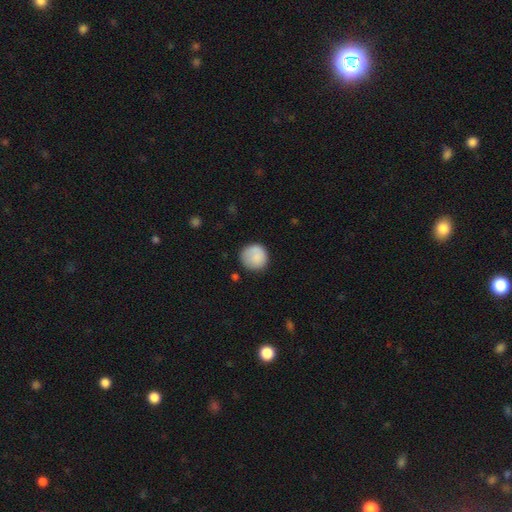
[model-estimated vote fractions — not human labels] The model was most divided on "merging": none: 78%, minor disturbance: 15%, major disturbance: 5%, merger: 2%. More confident: how rounded — round (93%); smooth or featured — smooth (85%).